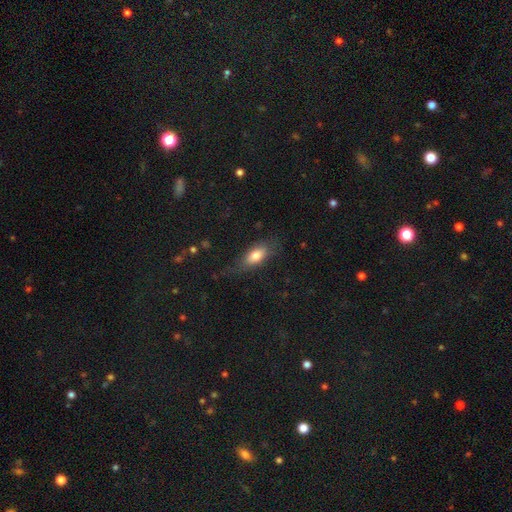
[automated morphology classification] Smooth or featured: smooth — 75% (featured or disk — 17%)
How rounded: in between — 82% (cigar-shaped — 14%)
Merging: none — 65% (minor disturbance — 23%)